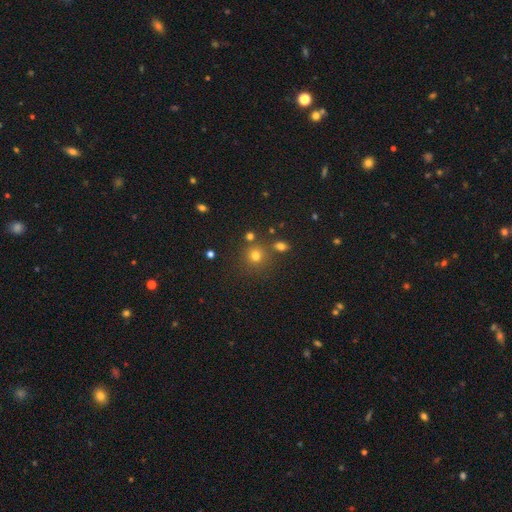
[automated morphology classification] Smooth or featured? Predicted: smooth (p=0.73). How rounded? Predicted: round (p=0.86). Merging? Predicted: none (p=0.73).